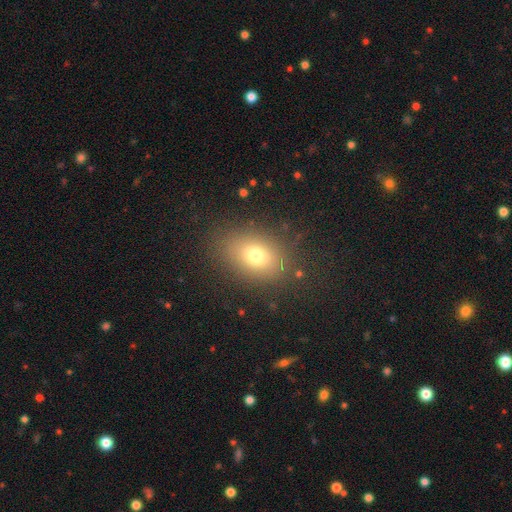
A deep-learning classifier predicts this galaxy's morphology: This appears to be a smooth galaxy with no disk features (74%) that is in between round and cigar-shaped (73%). Merging: none (83%).